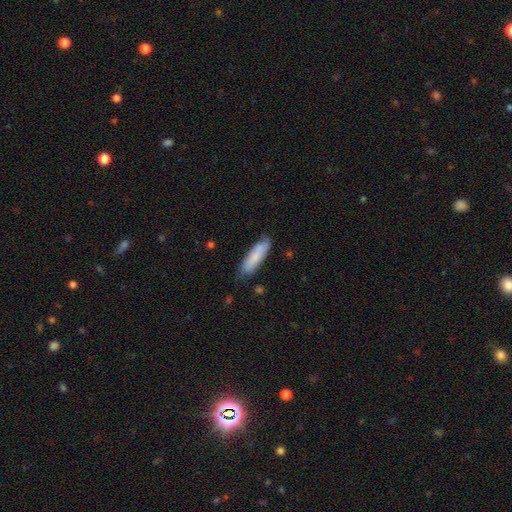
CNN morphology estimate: type=smooth (82%); roundness=cigar-shaped (62%); merging=none (77%).